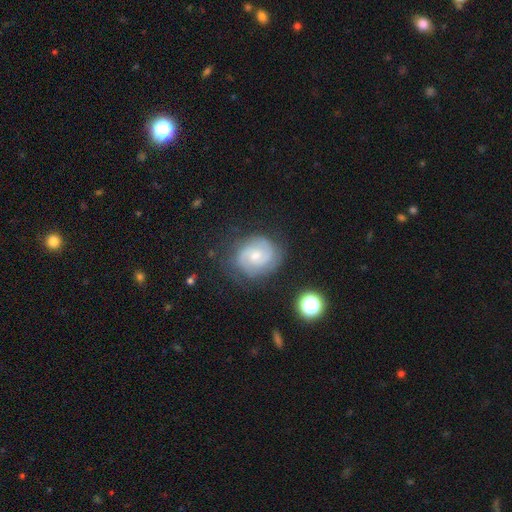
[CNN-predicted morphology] The model was most divided on "spiral winding": tight: 47%, medium: 43%, loose: 10%. More confident: edge-on disk — no (98%); spiral arms — yes (96%); smooth or featured — featured or disk (78%); merging — none (75%); spiral arm count — 2 (71%); bar — no (54%); bulge size — small (52%).